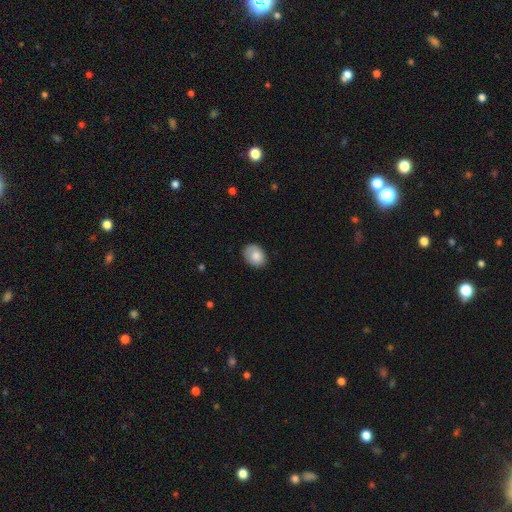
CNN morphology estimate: Smooth or featured? smooth (81%)
How rounded? in between (64%)
Merging? none (74%)